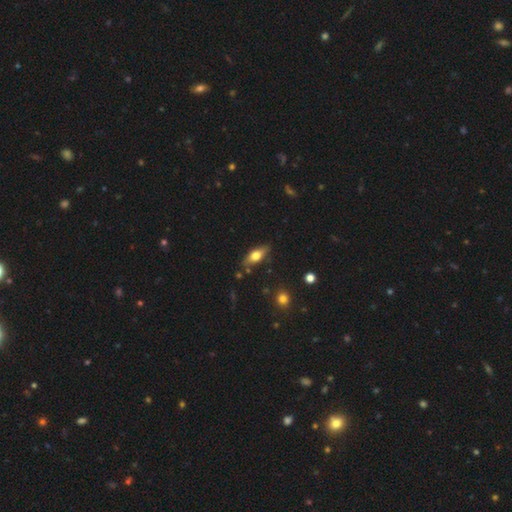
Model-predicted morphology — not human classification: Smooth or featured?
  - smooth: 58% *
  - featured or disk: 35%
  - star or artifact: 7%
How rounded?
  - in between: 65% *
  - cigar-shaped: 32%
  - round: 4%
Merging?
  - none: 81% *
  - minor disturbance: 13%
  - merger: 3%
  - major disturbance: 3%